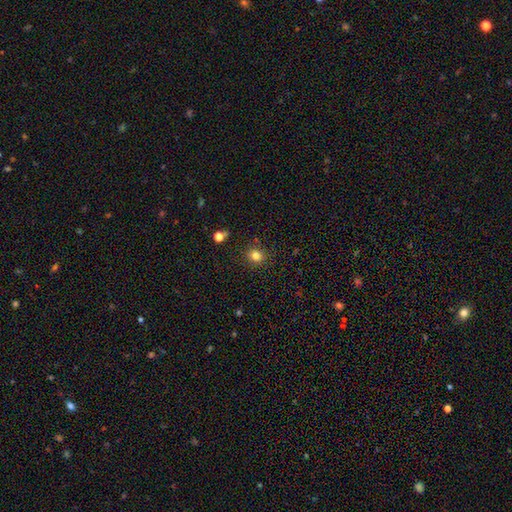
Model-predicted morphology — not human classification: Smooth or featured?
  - smooth: 81% *
  - star or artifact: 13%
  - featured or disk: 6%
How rounded?
  - round: 81% *
  - in between: 18%
  - cigar-shaped: 1%
Merging?
  - none: 87% *
  - minor disturbance: 8%
  - major disturbance: 3%
  - merger: 2%